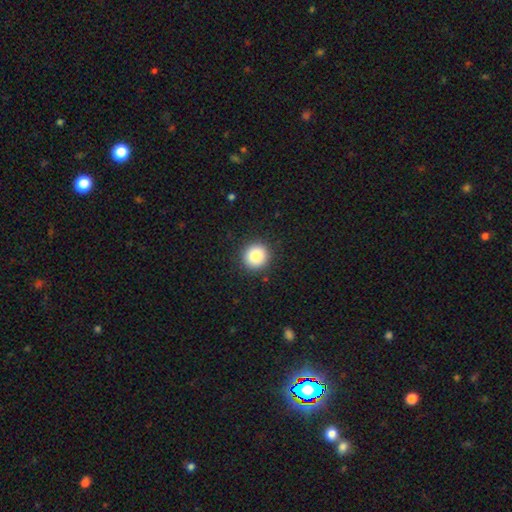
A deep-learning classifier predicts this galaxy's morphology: smooth_or_featured: smooth (p=0.86) [alt: star or artifact p=0.09]
how_rounded: round (p=0.93) [alt: in between p=0.06]
merging: none (p=0.91) [alt: minor disturbance p=0.06]